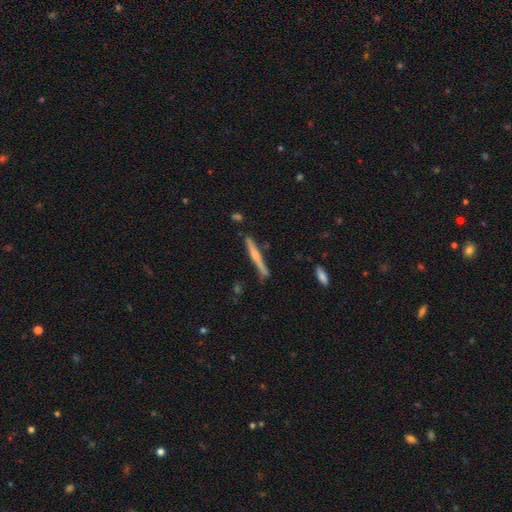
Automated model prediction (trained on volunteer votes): Morphology: type=featured or disk (56%); edge-on=yes (97%); edge-on bulge=rounded (58%); merging=none (84%).